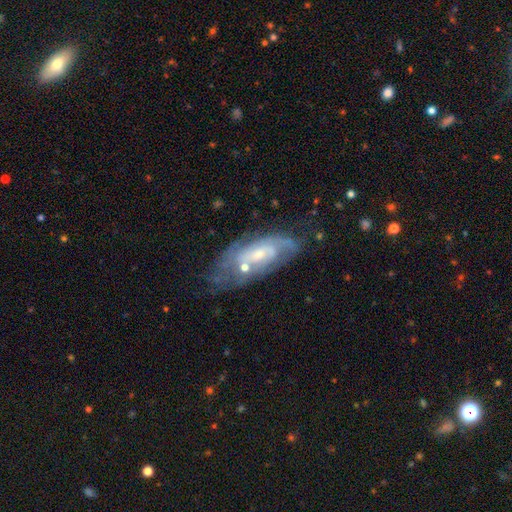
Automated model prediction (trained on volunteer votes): Smooth or featured? Predicted: featured or disk (p=0.74). Edge-on disk? Predicted: no (p=0.88). Bar? Predicted: no (p=0.57). Spiral arms? Predicted: yes (p=0.82). Spiral winding? Predicted: tight (p=0.50). Spiral arm count? Predicted: can't tell (p=0.45). Bulge size? Predicted: small (p=0.58). Merging? Predicted: none (p=0.57).